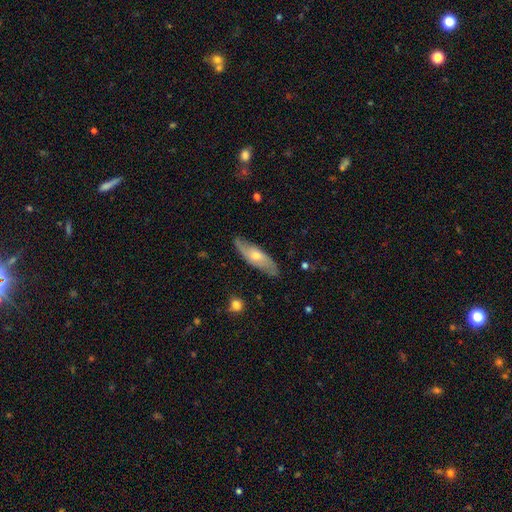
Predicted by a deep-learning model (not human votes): featured or disk 51%, smooth 43%, star or artifact 6%. Down the decision tree: edge-on disk — no (61%); merging — none (80%).